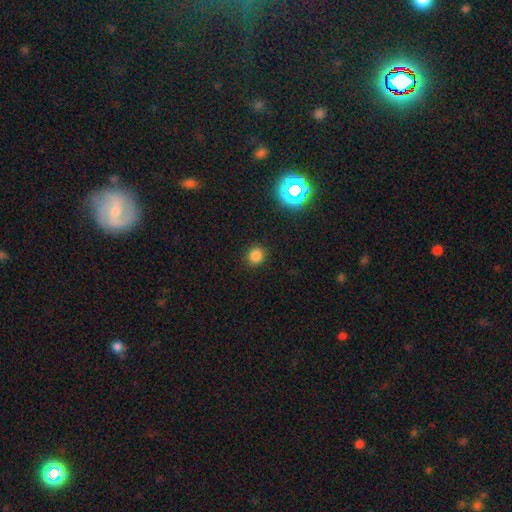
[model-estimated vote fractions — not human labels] Smooth or featured: smooth — 80% (star or artifact — 16%)
How rounded: round — 87% (in between — 12%)
Merging: none — 90% (minor disturbance — 7%)